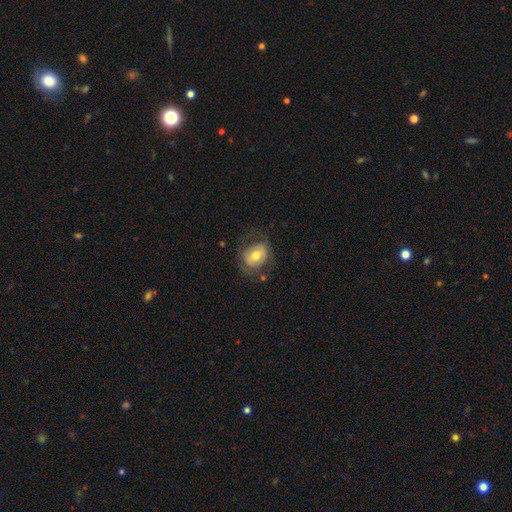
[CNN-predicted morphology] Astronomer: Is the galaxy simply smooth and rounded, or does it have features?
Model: smooth — 54% (runner-up: featured or disk, 38%).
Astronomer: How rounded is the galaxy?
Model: round — 55% (runner-up: in between, 44%).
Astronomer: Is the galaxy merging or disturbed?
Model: none — 62%.